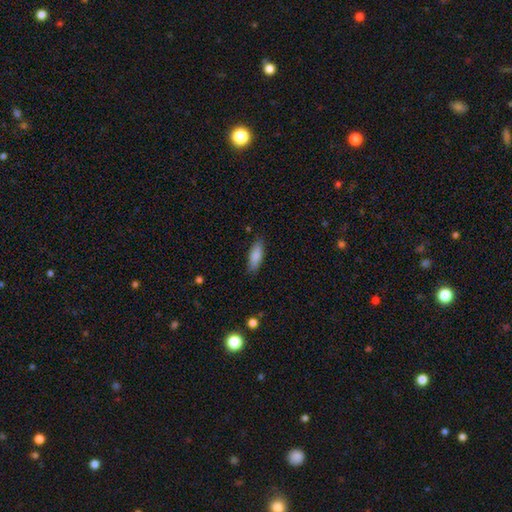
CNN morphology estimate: This is clearly a smooth galaxy (85%). How rounded: likely in between (62%). Merging: clearly none (85%).